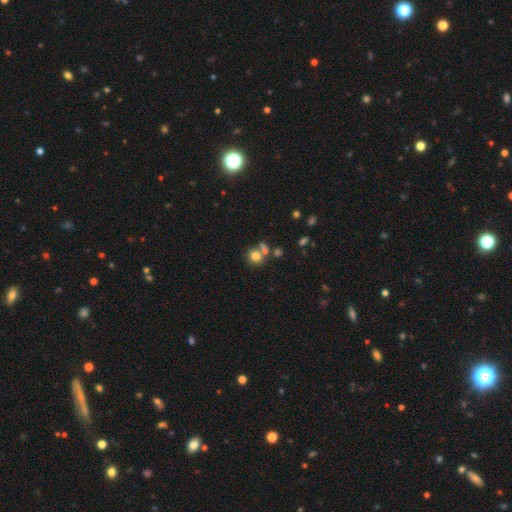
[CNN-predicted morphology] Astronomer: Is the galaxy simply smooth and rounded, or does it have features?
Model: smooth — 77%.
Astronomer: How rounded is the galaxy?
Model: round — 77%.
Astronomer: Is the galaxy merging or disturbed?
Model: none — 53% (runner-up: merger, 31%).